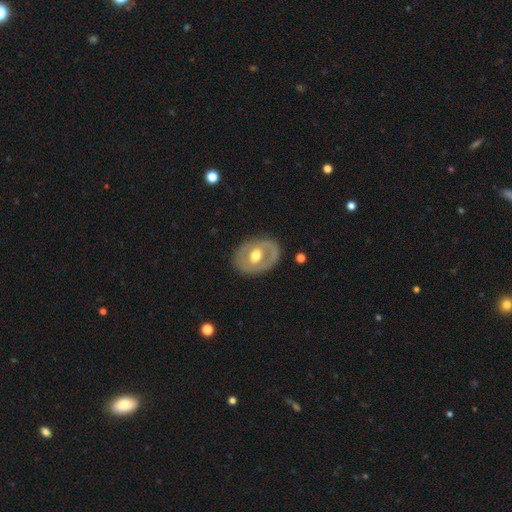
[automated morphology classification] A featured or disk galaxy (62%) with no bar (61%), no spiral arms (76%) and a moderate central bulge (73%).

Vote fractions:
- Smooth or featured? featured or disk: 62% / smooth: 33% / star or artifact: 5%
- Edge-on disk? no: 94% / yes: 6%
- Bar? no: 61% / weak: 28% / strong: 11%
- Spiral arms? no: 76% / yes: 24%
- Bulge size? moderate: 73% / large: 19% / small: 6% / dominant: 1% / none: 1%
- Merging? none: 78% / minor disturbance: 15% / major disturbance: 6% / merger: 1%